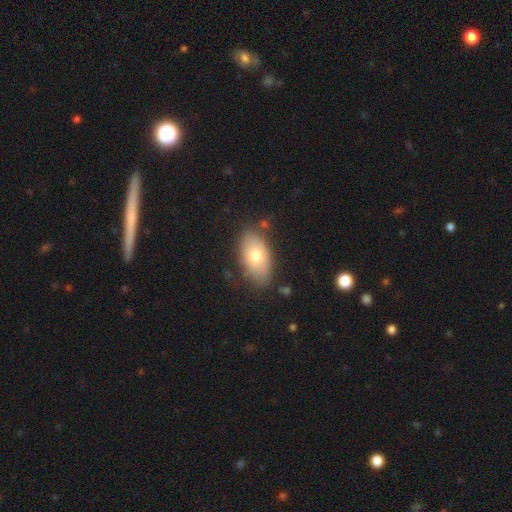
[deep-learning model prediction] Morphology: type=smooth (69%); roundness=in between (92%); merging=none (76%).